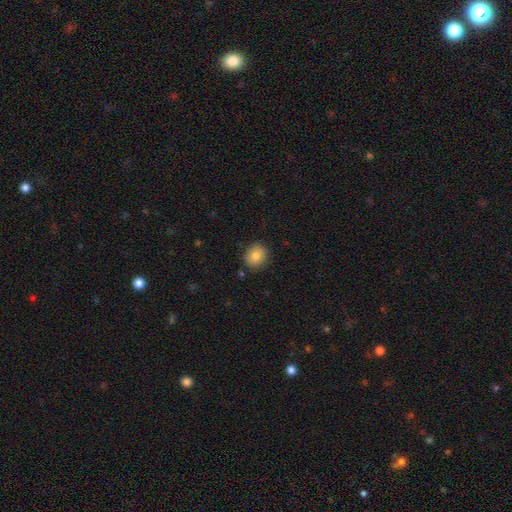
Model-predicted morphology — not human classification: type=smooth (82%); roundness=round (80%); merging=none (87%).